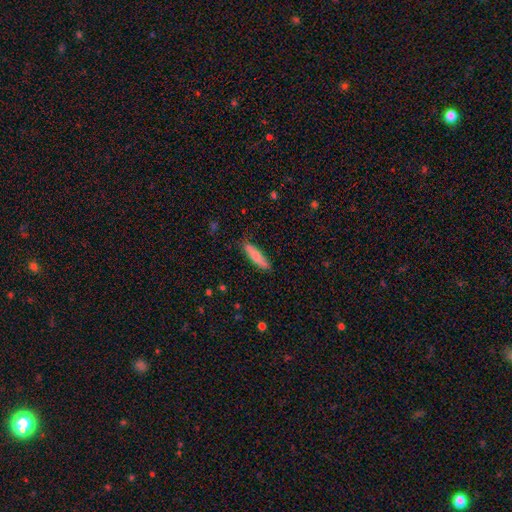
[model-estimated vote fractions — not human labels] Smooth or featured: smooth — 80% (featured or disk — 14%)
How rounded: cigar-shaped — 74% (in between — 24%)
Merging: none — 85% (minor disturbance — 12%)